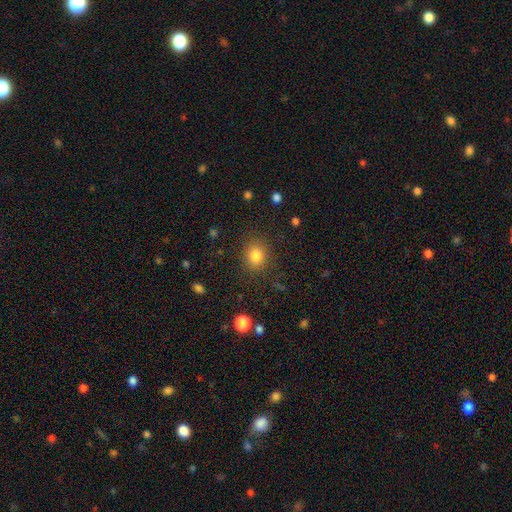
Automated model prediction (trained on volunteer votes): Smooth or featured?
  - smooth: 83% *
  - star or artifact: 12%
  - featured or disk: 6%
How rounded?
  - round: 68% *
  - in between: 31%
  - cigar-shaped: 1%
Merging?
  - none: 87% *
  - minor disturbance: 9%
  - major disturbance: 3%
  - merger: 1%